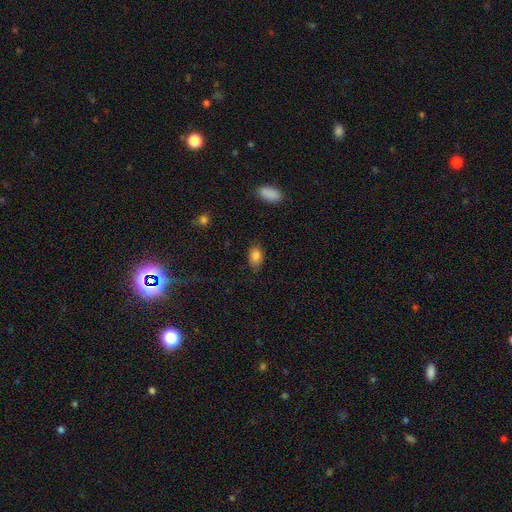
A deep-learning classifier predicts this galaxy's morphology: A smooth galaxy with no disk features (85%) that is in between round and cigar-shaped (84%). Merging: none (78%).